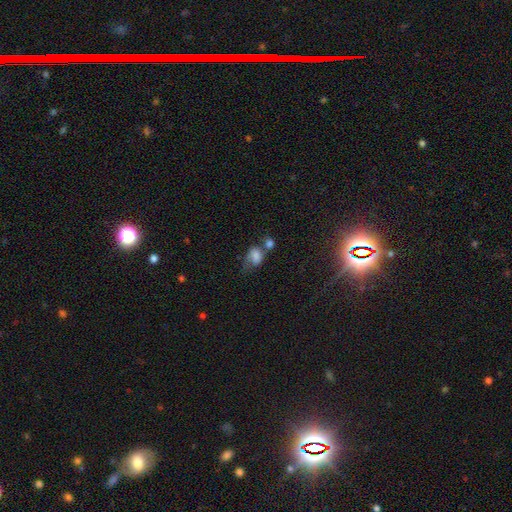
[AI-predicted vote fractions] A smooth galaxy with no disk features (73%) that is in between round and cigar-shaped (66%).

Vote fractions:
- Smooth or featured? smooth: 73% / featured or disk: 16% / star or artifact: 11%
- How rounded? in between: 66% / round: 32% / cigar-shaped: 1%
- Merging? merger: 35% / none: 25% / minor disturbance: 21% / major disturbance: 19%